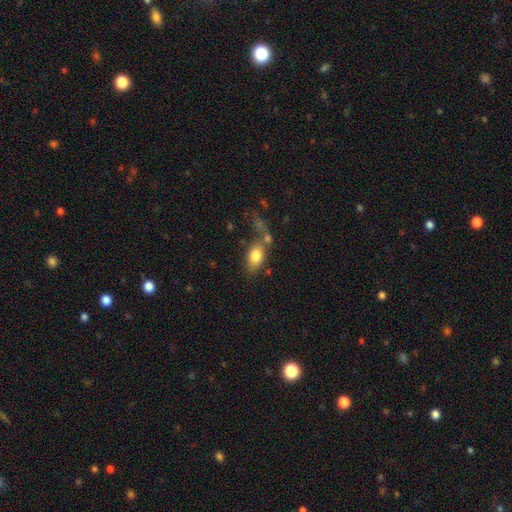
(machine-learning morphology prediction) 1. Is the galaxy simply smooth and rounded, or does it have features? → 81% smooth, 12% featured or disk, 7% star or artifact.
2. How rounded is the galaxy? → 86% in between, 11% round, 3% cigar-shaped.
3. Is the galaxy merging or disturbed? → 50% none, 25% merger, 16% minor disturbance, 10% major disturbance.